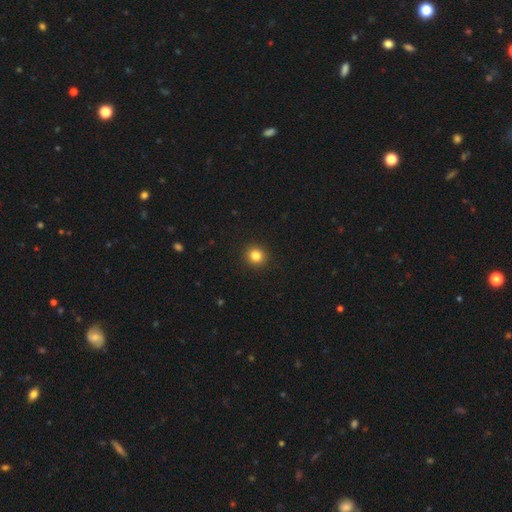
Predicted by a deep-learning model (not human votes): Smooth or featured? smooth (83%)
How rounded? round (91%)
Merging? none (93%)